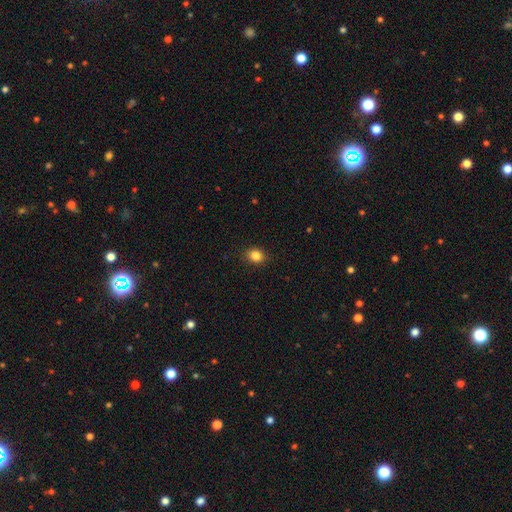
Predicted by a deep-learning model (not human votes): smooth 85%, star or artifact 11%, featured or disk 5%. Down the decision tree: how rounded — round (62%); merging — none (89%).